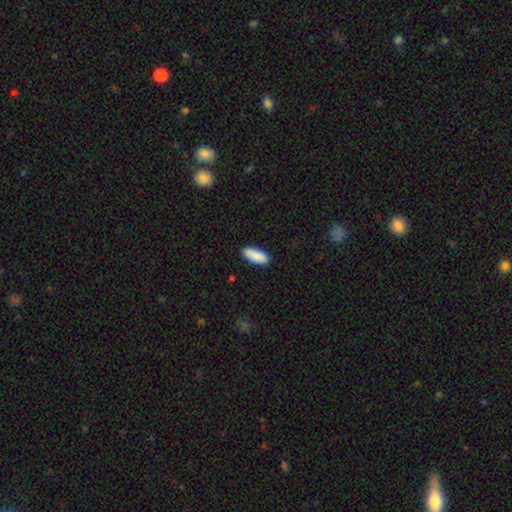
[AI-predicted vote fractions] Smooth or featured? Predicted: smooth (p=0.90). How rounded? Predicted: in between (p=0.80). Merging? Predicted: none (p=0.89).